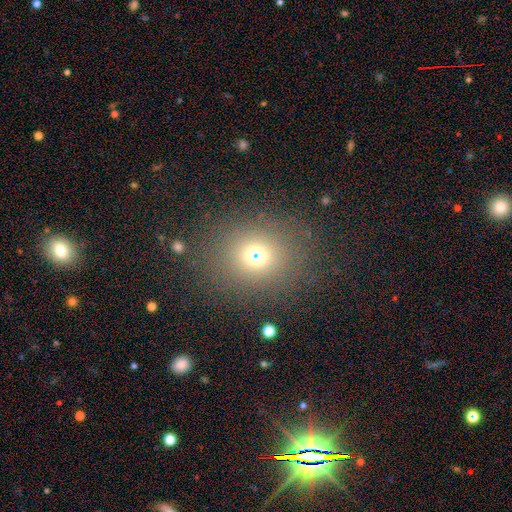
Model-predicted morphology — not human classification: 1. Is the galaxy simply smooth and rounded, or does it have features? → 65% smooth, 24% star or artifact, 11% featured or disk.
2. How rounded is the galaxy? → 74% round, 25% in between, 1% cigar-shaped.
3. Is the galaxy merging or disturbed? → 78% none, 9% minor disturbance, 8% merger, 5% major disturbance.